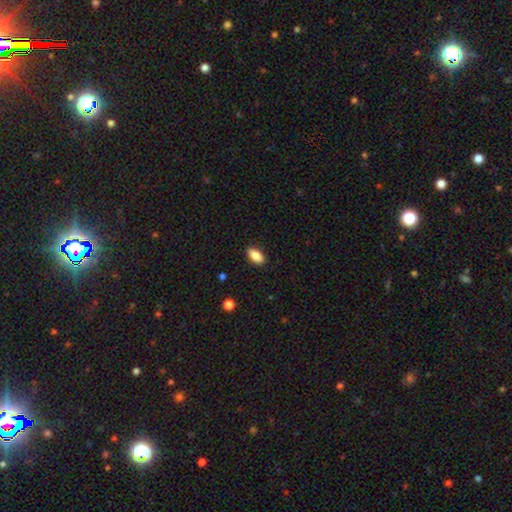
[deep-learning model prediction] Q: Smooth or featured?
A: smooth (84%); runner-up: featured or disk (8%)
Q: How rounded?
A: in between (89%); runner-up: cigar-shaped (7%)
Q: Merging?
A: none (89%); runner-up: minor disturbance (9%)